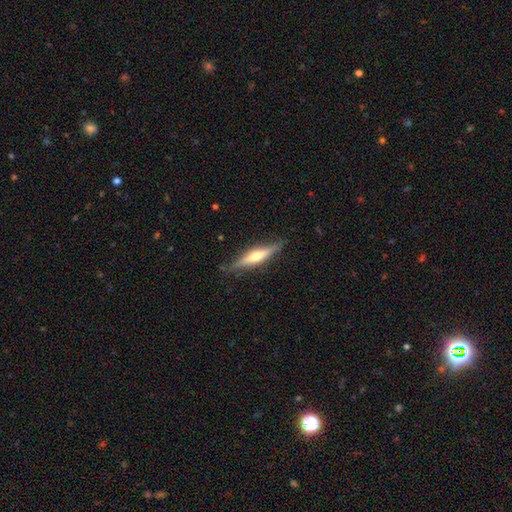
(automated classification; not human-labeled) Q: Smooth or featured?
A: featured or disk (64%); runner-up: smooth (30%)
Q: Edge-on disk?
A: yes (94%); runner-up: no (6%)
Q: Edge-on bulge?
A: rounded (91%); runner-up: none (5%)
Q: Merging?
A: none (85%); runner-up: minor disturbance (12%)